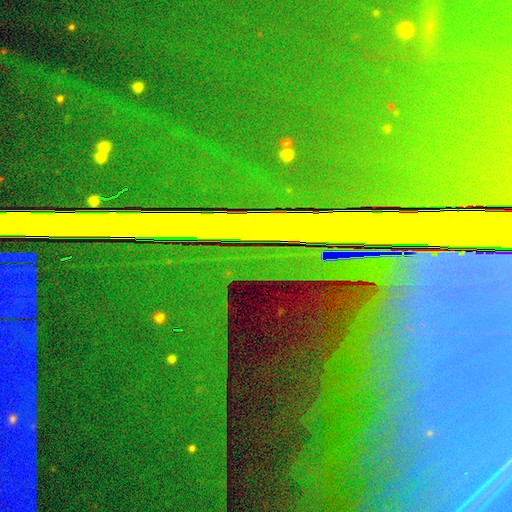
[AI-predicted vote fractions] The model was most divided on "smooth or featured": star or artifact: 87%, featured or disk: 7%, smooth: 5%.